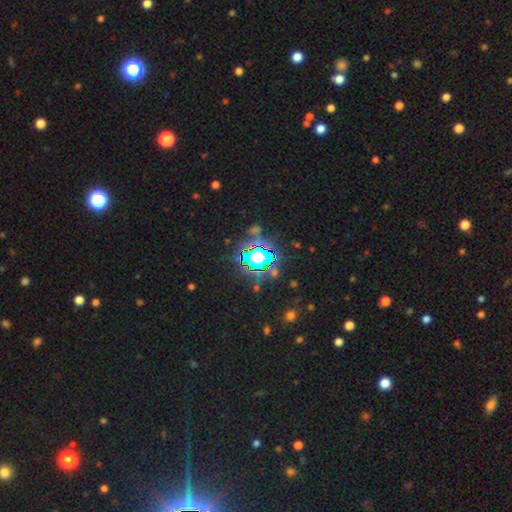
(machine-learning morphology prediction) star or artifact 65%, smooth 23%, featured or disk 12%.